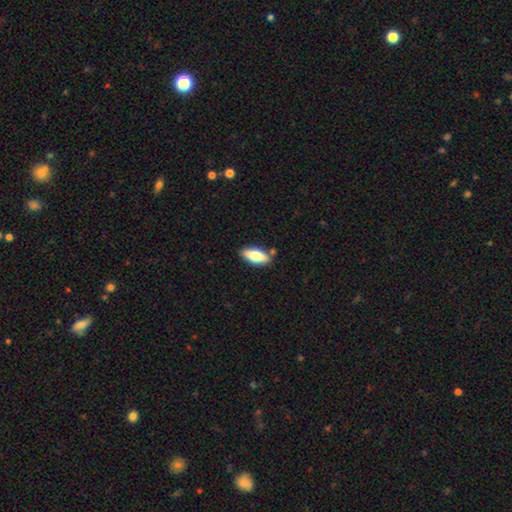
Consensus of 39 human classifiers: Smooth or featured?
  - featured or disk: 51% *
  - smooth: 49%
  - star or artifact: 0%
Edge-on disk?
  - yes: 70% *
  - no: 30%
Edge-on bulge?
  - rounded: 100% *
  - boxy: 0%
  - none: 0%
Merging?
  - none: 85% *
  - merger: 8%
  - major disturbance: 5%
  - minor disturbance: 3%